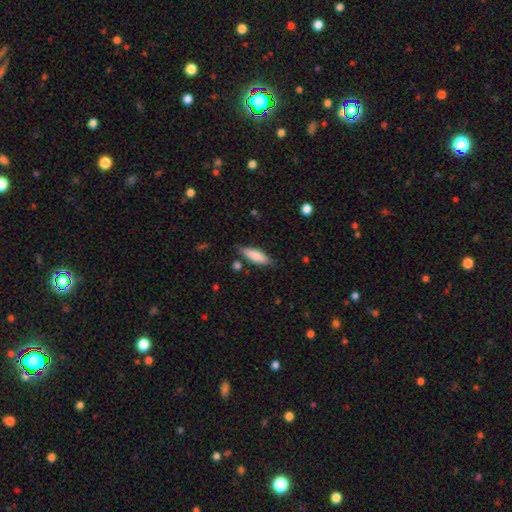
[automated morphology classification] type=smooth (78%); roundness=in between (51%); merging=none (77%).